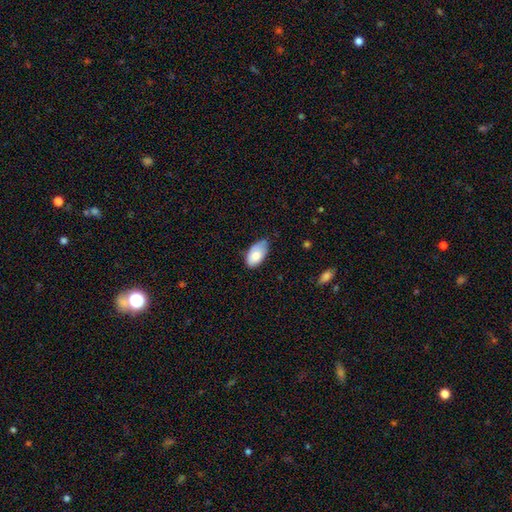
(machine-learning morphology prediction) This is clearly a smooth galaxy (80%). How rounded: clearly in between (95%). Merging: possibly none (51%).